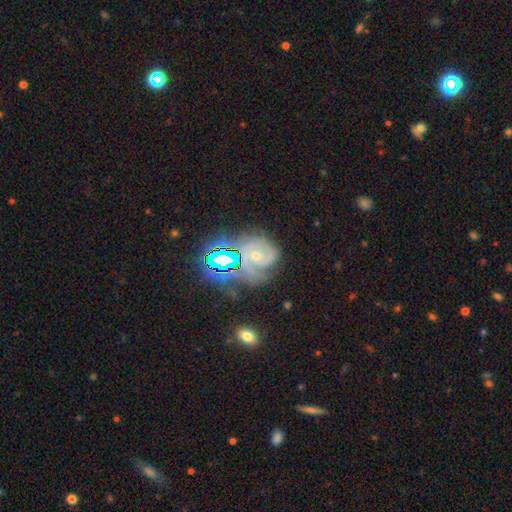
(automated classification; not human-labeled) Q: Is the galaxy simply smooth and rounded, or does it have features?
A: featured or disk — 69%.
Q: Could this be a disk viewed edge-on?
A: no — 98%.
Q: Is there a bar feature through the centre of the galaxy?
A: no — 65%.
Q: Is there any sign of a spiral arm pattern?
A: yes — 96%.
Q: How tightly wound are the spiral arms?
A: tight — 55%.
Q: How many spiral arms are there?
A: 2 — 35%.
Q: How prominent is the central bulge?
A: small — 60%.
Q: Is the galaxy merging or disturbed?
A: none — 58%.